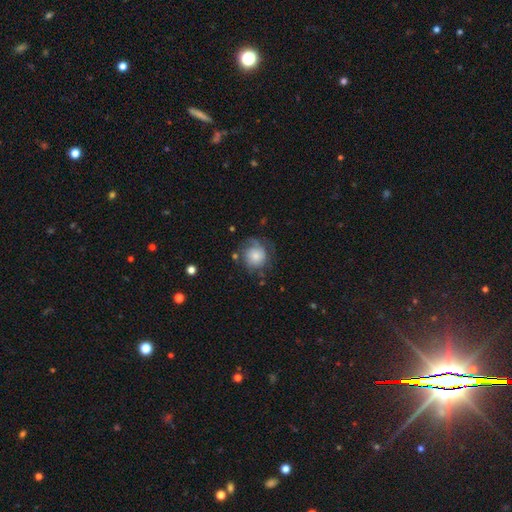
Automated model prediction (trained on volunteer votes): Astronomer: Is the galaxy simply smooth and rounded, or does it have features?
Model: smooth — 52% (runner-up: featured or disk, 40%).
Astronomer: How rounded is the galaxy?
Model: round — 87%.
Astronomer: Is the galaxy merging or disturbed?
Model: none — 57%.